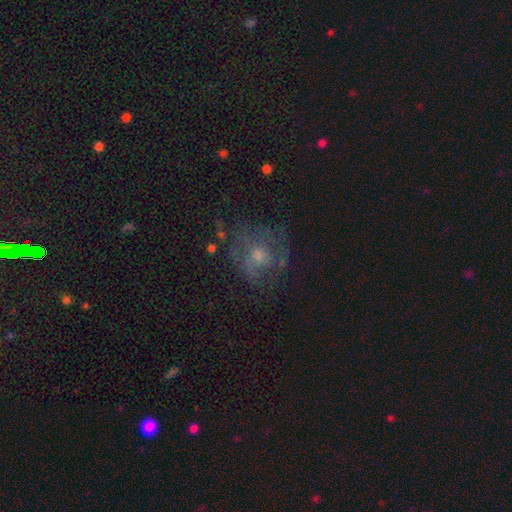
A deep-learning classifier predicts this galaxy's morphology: smooth_or_featured: featured or disk (p=0.53) [alt: smooth p=0.29]
disk_edge_on: no (p=0.97) [alt: yes p=0.03]
bar: no (p=0.80) [alt: weak p=0.17]
has_spiral_arms: yes (p=0.65) [alt: no p=0.35]
bulge_size: moderate (p=0.55) [alt: small p=0.33]
merging: none (p=0.62) [alt: minor disturbance p=0.19]